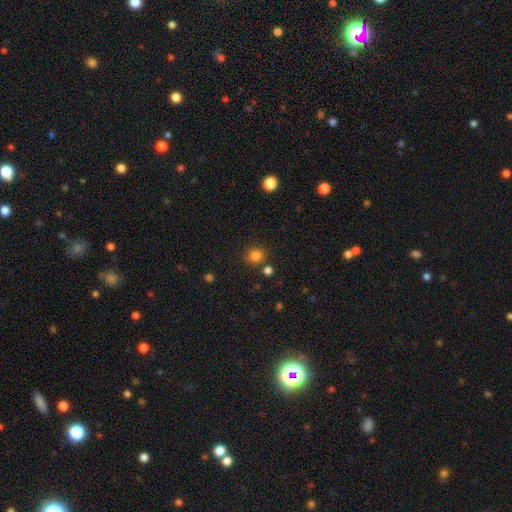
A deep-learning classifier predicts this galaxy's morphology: type=smooth (82%); roundness=round (75%); merging=none (80%).